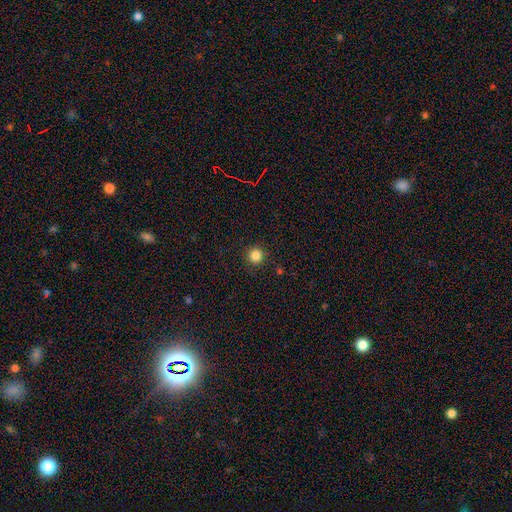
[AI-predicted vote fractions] smooth_or_featured: smooth (p=0.85) [alt: star or artifact p=0.12]
how_rounded: round (p=0.95) [alt: in between p=0.04]
merging: none (p=0.92) [alt: minor disturbance p=0.05]